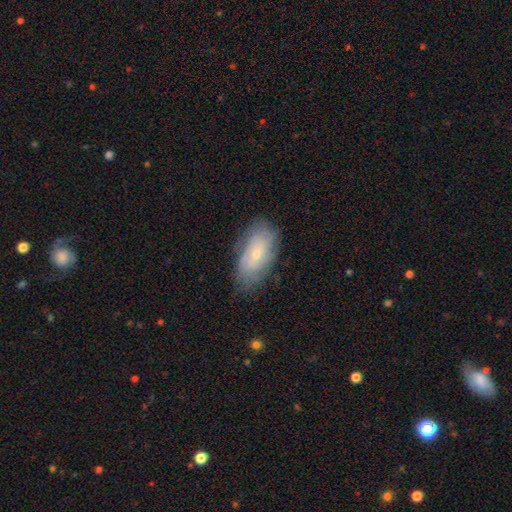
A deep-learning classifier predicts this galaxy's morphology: A featured or disk galaxy (51%). Merging: none (71%).